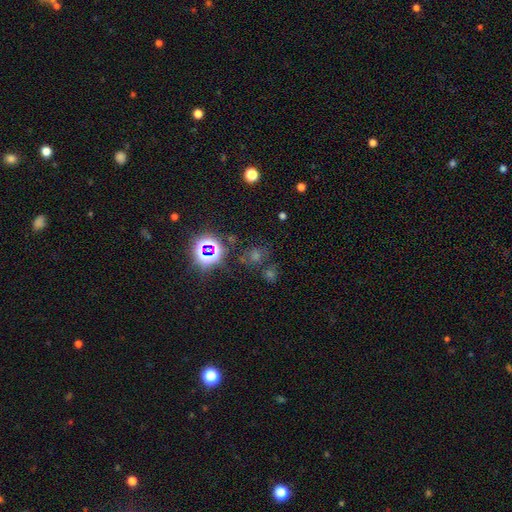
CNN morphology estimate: Smooth or featured? Predicted: star or artifact (p=0.57).